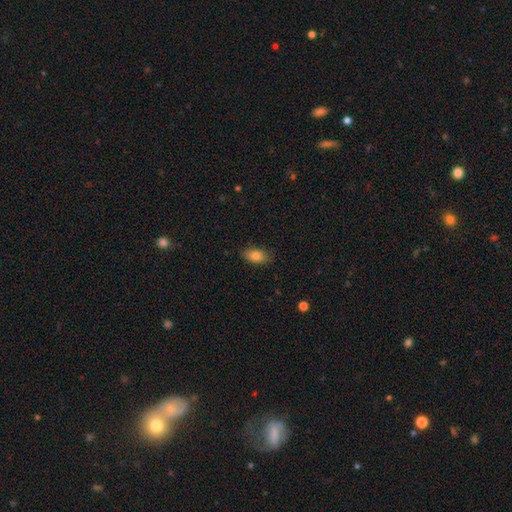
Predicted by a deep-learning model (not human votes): A smooth galaxy with no disk features (82%) that is in between round and cigar-shaped (90%).

Vote fractions:
- Smooth or featured? smooth: 82% / featured or disk: 9% / star or artifact: 8%
- How rounded? in between: 90% / round: 7% / cigar-shaped: 4%
- Merging? none: 85% / minor disturbance: 12% / major disturbance: 2% / merger: 1%